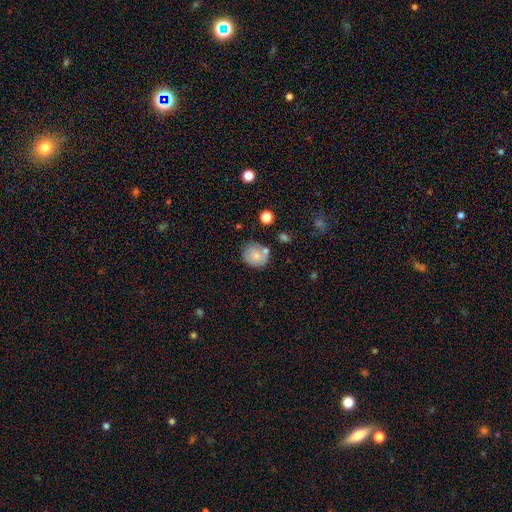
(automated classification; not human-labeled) This is likely a smooth galaxy (73%). How rounded: likely round (77%). Merging: likely none (64%).